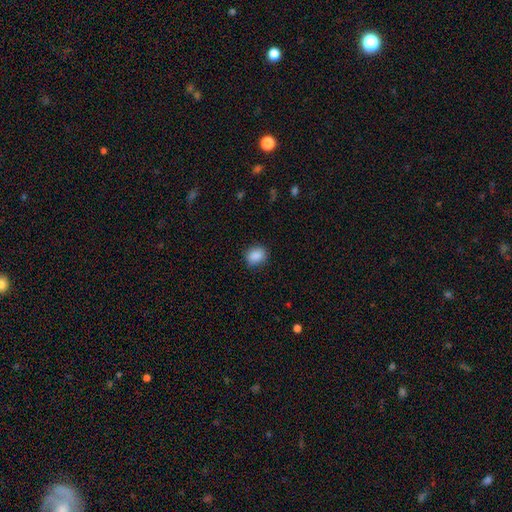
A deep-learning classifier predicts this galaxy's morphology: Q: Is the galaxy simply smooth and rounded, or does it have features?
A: smooth — 88%.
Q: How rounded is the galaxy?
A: in between — 53%.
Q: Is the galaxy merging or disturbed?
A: none — 84%.